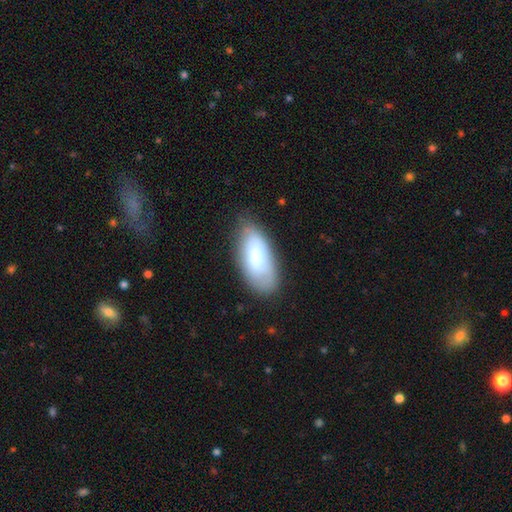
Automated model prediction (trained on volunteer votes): smooth 74%, featured or disk 17%, star or artifact 9%. Down the decision tree: how rounded — in between (86%); merging — none (71%).